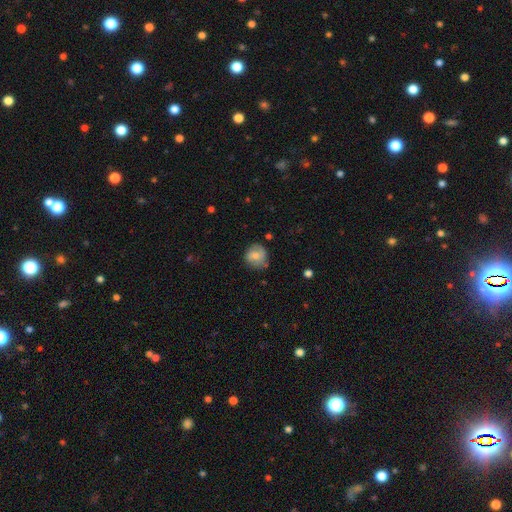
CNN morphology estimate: A smooth galaxy with no disk features (72%) that is round (82%). Merging: none (65%).